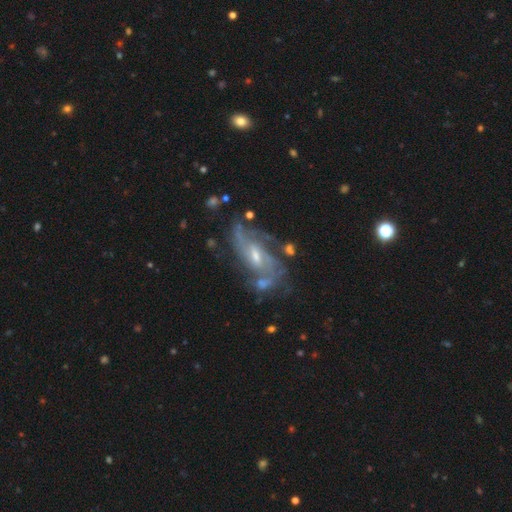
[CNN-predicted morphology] featured or disk 87%, smooth 7%, star or artifact 7%. Down the decision tree: edge-on disk — no (94%); bar — weak (50%); spiral arms — yes (94%); spiral arm count — 2 (38%); spiral winding — medium (45%); bulge size — small (52%); merging — none (59%).